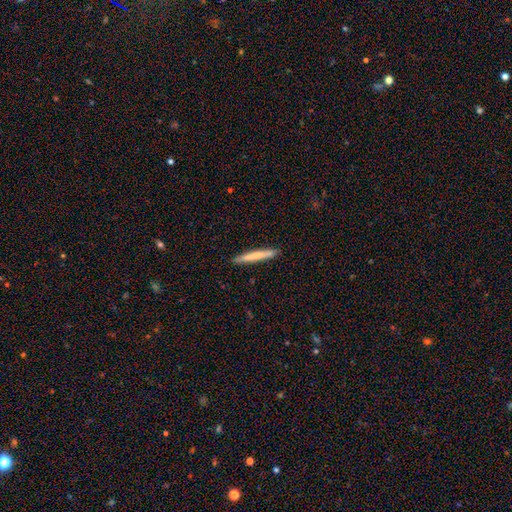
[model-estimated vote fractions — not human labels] Smooth or featured? Predicted: smooth (p=0.72). How rounded? Predicted: cigar-shaped (p=0.97). Merging? Predicted: none (p=0.91).